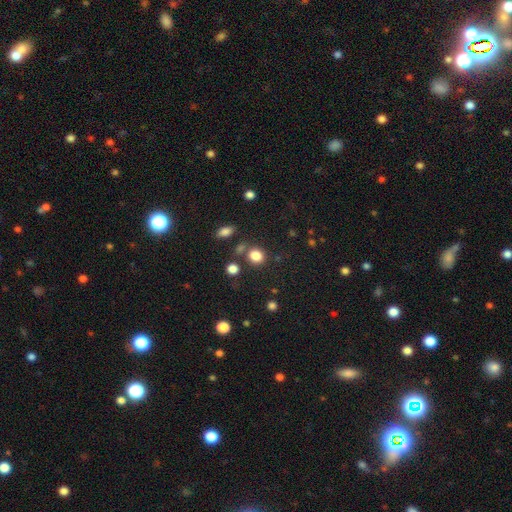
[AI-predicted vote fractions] Smooth or featured? Predicted: smooth (p=0.82). How rounded? Predicted: round (p=0.68). Merging? Predicted: none (p=0.72).